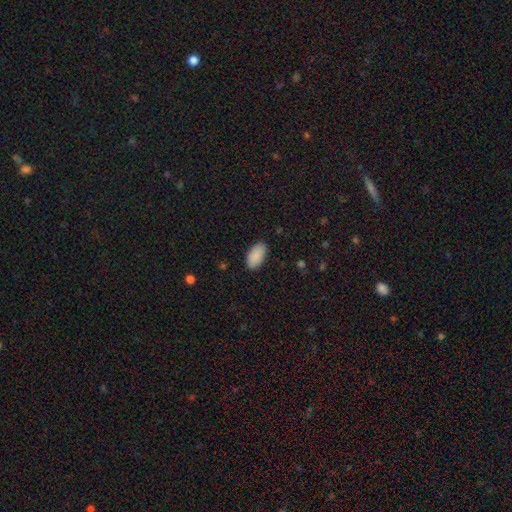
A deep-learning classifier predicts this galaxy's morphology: smooth-or-featured: smooth: 90% | star or artifact: 6% | featured or disk: 3%
  how-rounded: in between: 95% | cigar-shaped: 3% | round: 2%
  merging: none: 87% | minor disturbance: 10% | major disturbance: 2% | merger: 1%